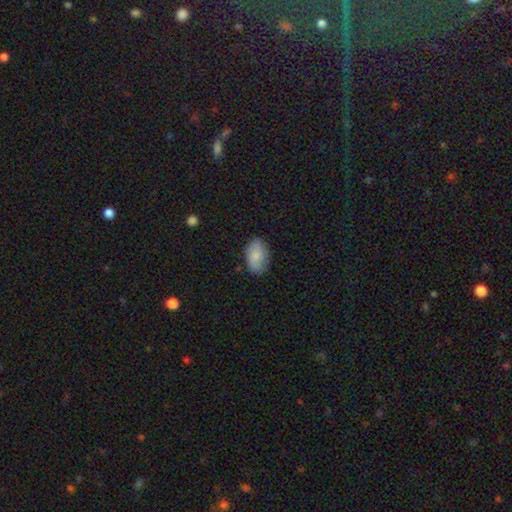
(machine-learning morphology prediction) smooth_or_featured: smooth (p=0.79) [alt: featured or disk p=0.15]
how_rounded: in between (p=0.91) [alt: round p=0.07]
merging: none (p=0.78) [alt: minor disturbance p=0.17]